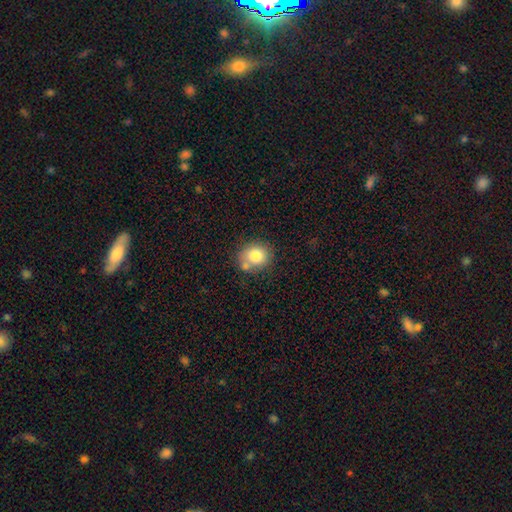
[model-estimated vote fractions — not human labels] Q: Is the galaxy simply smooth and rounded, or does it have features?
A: smooth — 79%.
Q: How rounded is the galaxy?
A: round — 75%.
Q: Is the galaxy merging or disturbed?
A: none — 63%.